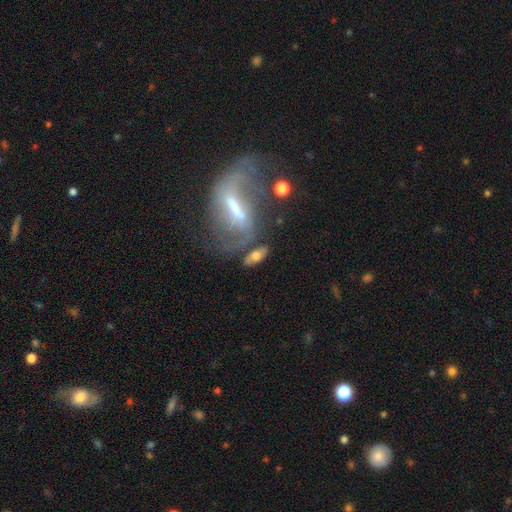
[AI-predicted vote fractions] Overall: smooth (60%; featured or disk 32%). How rounded: in between (66%; cigar-shaped 28%). Merging: none (62%).